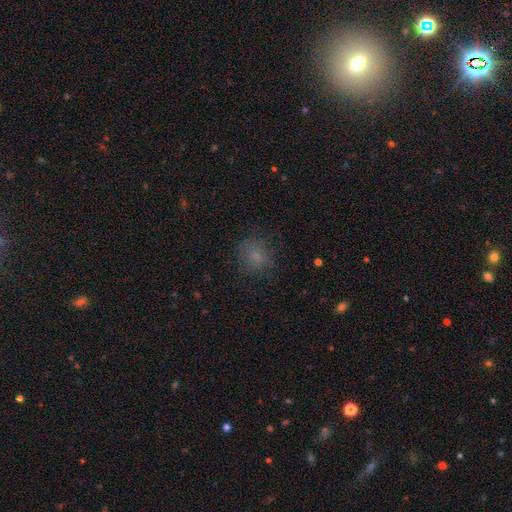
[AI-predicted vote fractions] This appears to be a smooth galaxy with no disk features (74%) that is round (77%). Merging: none (75%).